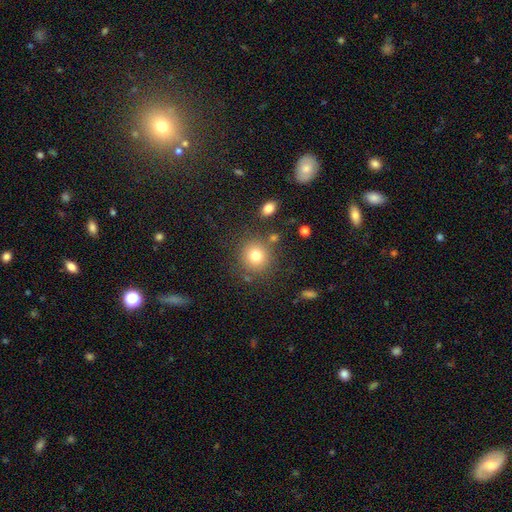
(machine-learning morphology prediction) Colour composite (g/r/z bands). It shows a smooth galaxy with no disk features (78%) that is round (90%). Merging: none (81%).